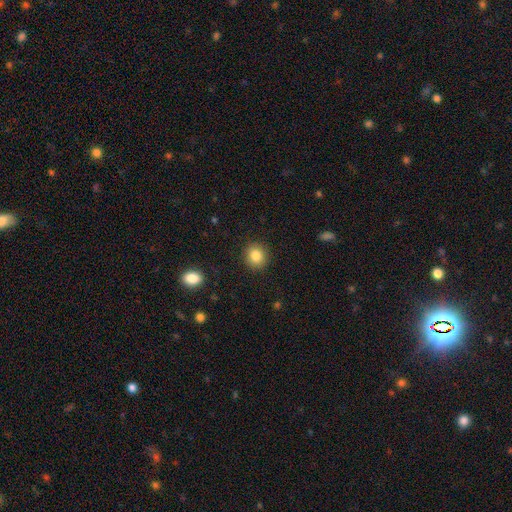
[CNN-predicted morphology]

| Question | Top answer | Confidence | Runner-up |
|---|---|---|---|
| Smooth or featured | smooth | 84% | star or artifact (10%) |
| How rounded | round | 83% | in between (16%) |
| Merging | none | 90% | minor disturbance (6%) |